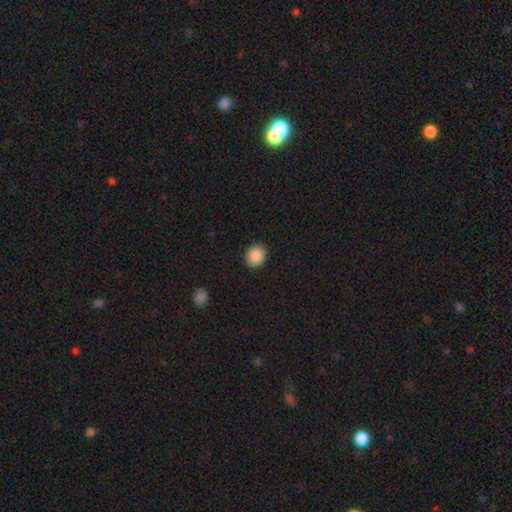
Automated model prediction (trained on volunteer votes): This appears to be a smooth galaxy with no disk features (89%) that is round (61%). Merging: none (90%).